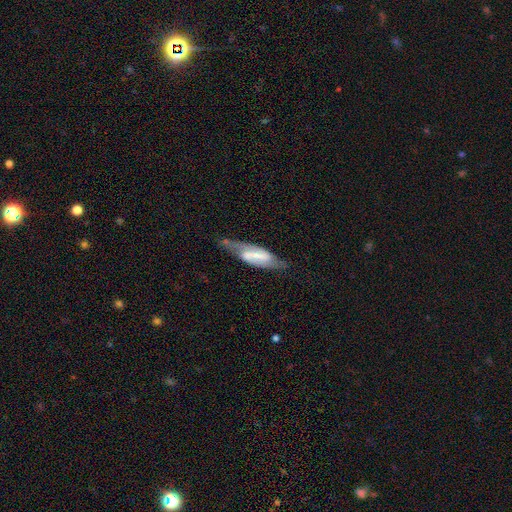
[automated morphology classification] Smooth or featured? featured or disk (81%)
Edge-on disk? no (90%)
Bar? strong (64%)
Spiral arms? yes (90%)
Spiral winding? medium (43%)
Spiral arm count? 2 (89%)
Bulge size? small (53%)
Merging? none (66%)